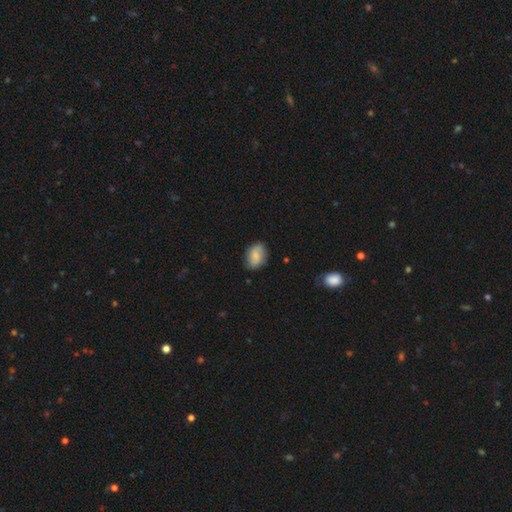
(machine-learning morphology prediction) A smooth galaxy with no disk features (63%) that is in between round and cigar-shaped (74%). Merging: none (78%).